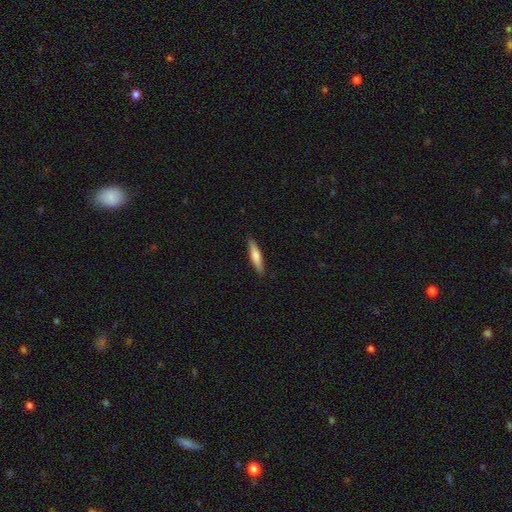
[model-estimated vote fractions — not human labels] smooth-or-featured: smooth: 70% | featured or disk: 24% | star or artifact: 5%
  how-rounded: cigar-shaped: 84% | in between: 15% | round: 1%
  merging: none: 88% | minor disturbance: 9% | major disturbance: 2% | merger: 1%